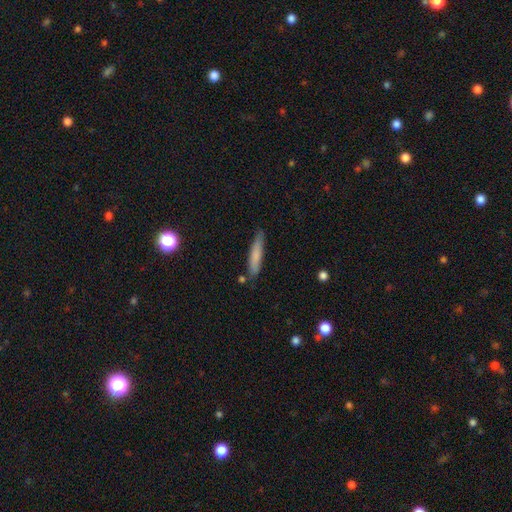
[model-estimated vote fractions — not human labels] Smooth or featured? smooth (74%)
How rounded? cigar-shaped (89%)
Merging? none (79%)